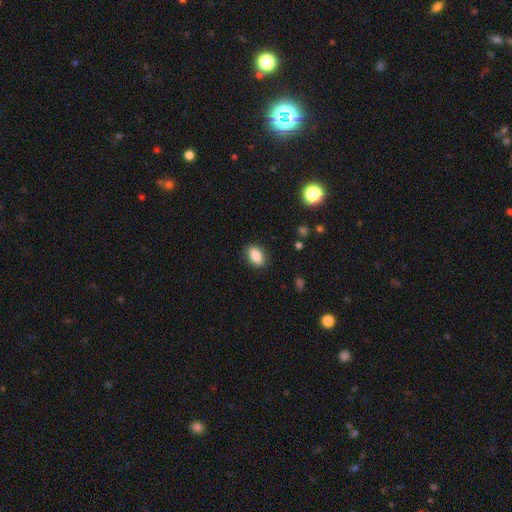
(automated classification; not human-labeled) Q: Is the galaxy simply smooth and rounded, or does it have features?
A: smooth — 86%.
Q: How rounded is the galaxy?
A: in between — 87%.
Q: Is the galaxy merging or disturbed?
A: none — 87%.